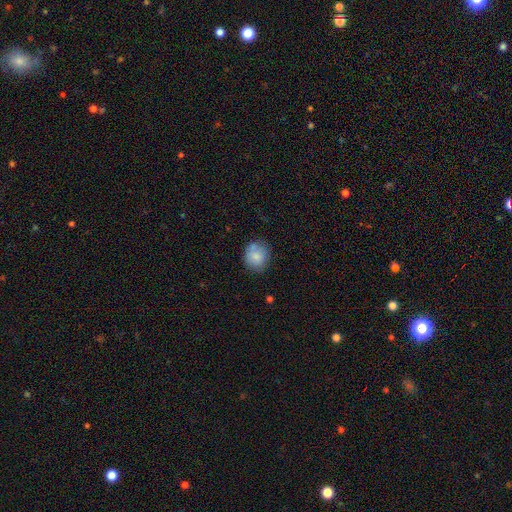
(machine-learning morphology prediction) This is likely a smooth galaxy (80%). How rounded: likely round (72%). Merging: likely none (68%).